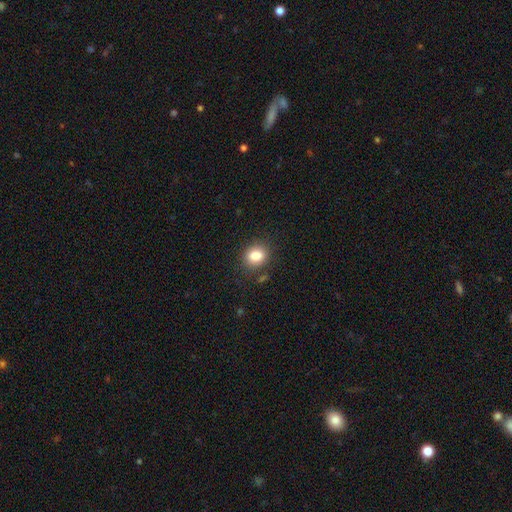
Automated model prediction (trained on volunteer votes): Smooth or featured: smooth — 84% (star or artifact — 10%)
How rounded: round — 53% (in between — 46%)
Merging: none — 81% (minor disturbance — 12%)